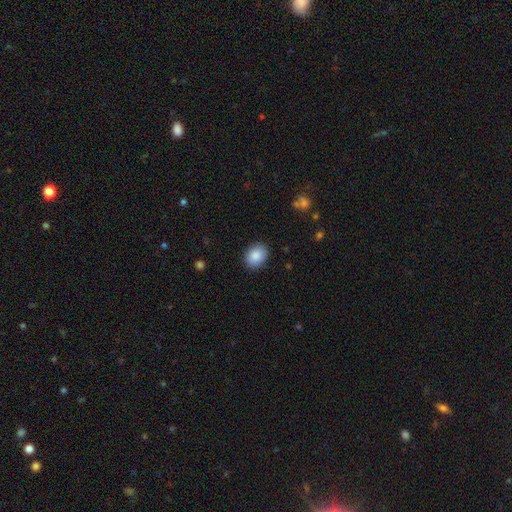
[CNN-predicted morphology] A smooth galaxy with no disk features (88%) that is in between round and cigar-shaped (59%). Merging: none (89%).